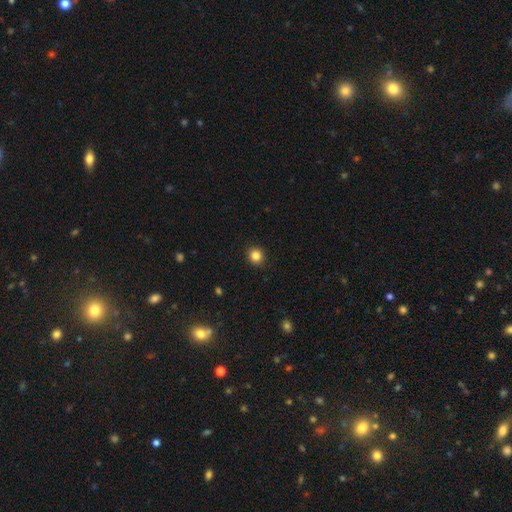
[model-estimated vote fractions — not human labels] Smooth or featured? Predicted: smooth (p=0.85). How rounded? Predicted: round (p=0.91). Merging? Predicted: none (p=0.92).